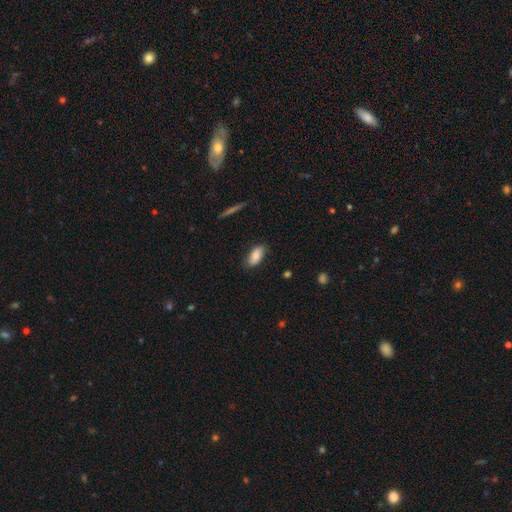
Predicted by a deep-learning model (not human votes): Smooth or featured?
  - smooth: 79% *
  - featured or disk: 14%
  - star or artifact: 7%
How rounded?
  - in between: 91% *
  - cigar-shaped: 6%
  - round: 3%
Merging?
  - none: 79% *
  - minor disturbance: 17%
  - major disturbance: 3%
  - merger: 1%